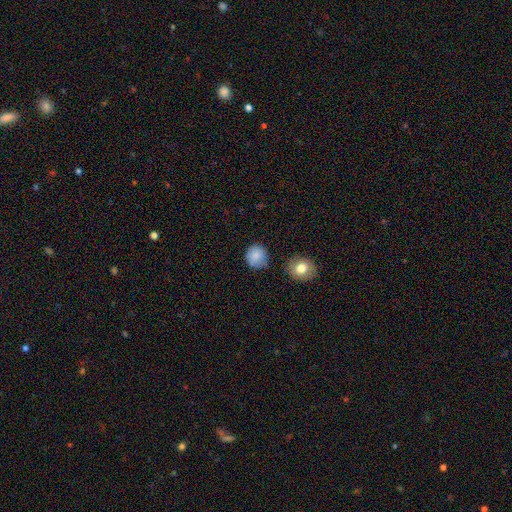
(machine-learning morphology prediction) Smooth or featured: smooth — 86% (star or artifact — 8%)
How rounded: round — 89% (in between — 10%)
Merging: none — 75% (minor disturbance — 17%)